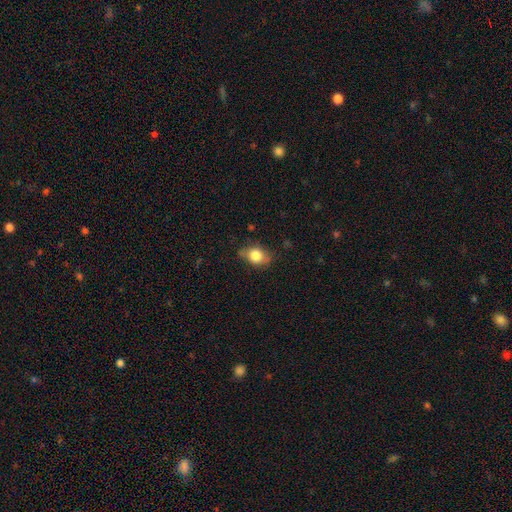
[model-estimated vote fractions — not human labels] smooth 80%, featured or disk 12%, star or artifact 8%. Down the decision tree: how rounded — in between (66%); merging — none (69%).